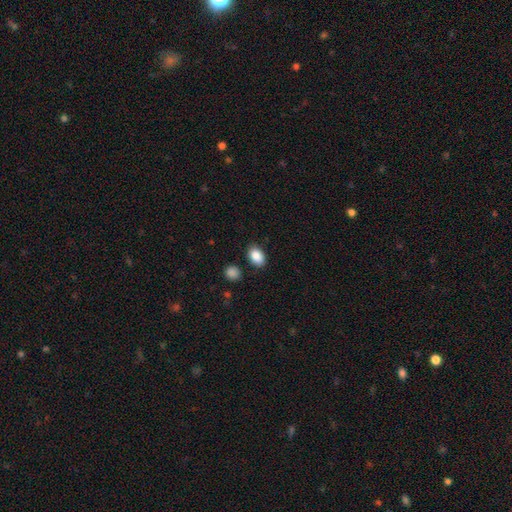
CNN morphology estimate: type=smooth (88%); roundness=in between (84%); merging=none (84%).